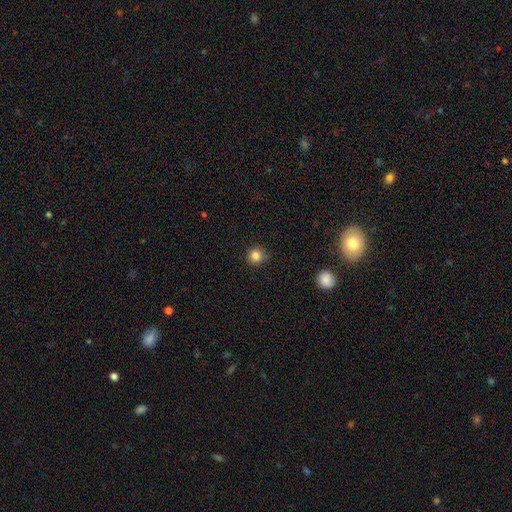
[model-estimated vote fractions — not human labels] Smooth or featured? smooth (83%)
How rounded? round (93%)
Merging? none (85%)